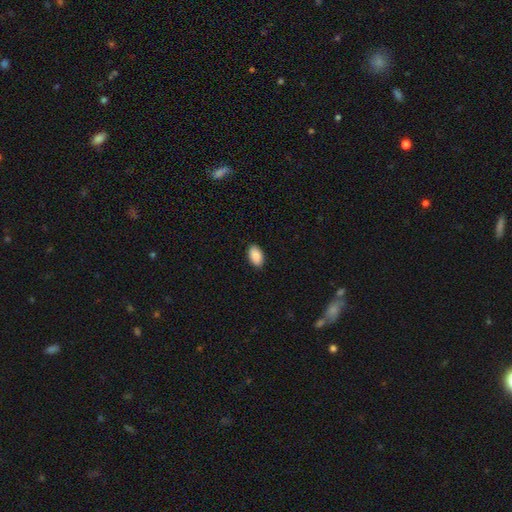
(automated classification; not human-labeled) Smooth or featured? smooth (90%)
How rounded? in between (94%)
Merging? none (90%)